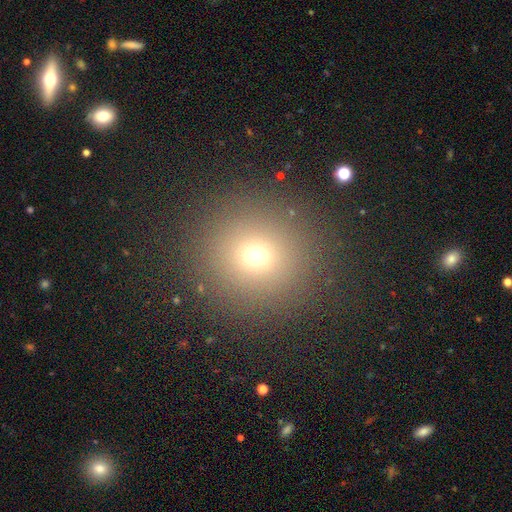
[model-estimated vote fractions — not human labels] The model was most divided on "smooth or featured": smooth: 69%, star or artifact: 23%, featured or disk: 9%. More confident: how rounded — round (93%); merging — none (90%).